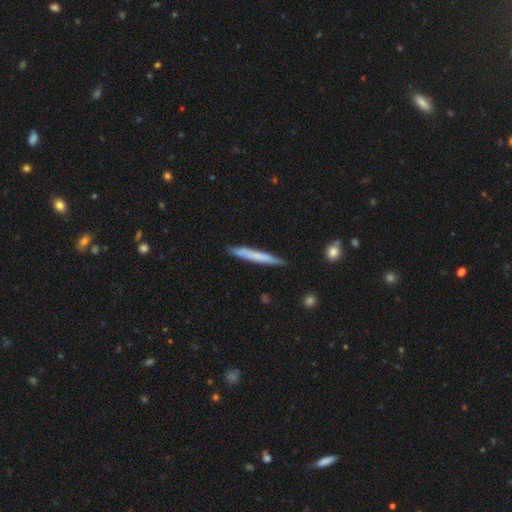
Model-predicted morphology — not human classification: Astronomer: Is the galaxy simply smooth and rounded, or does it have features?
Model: smooth — 66%.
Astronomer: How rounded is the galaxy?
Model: cigar-shaped — 97%.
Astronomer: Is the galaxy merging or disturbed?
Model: none — 87%.